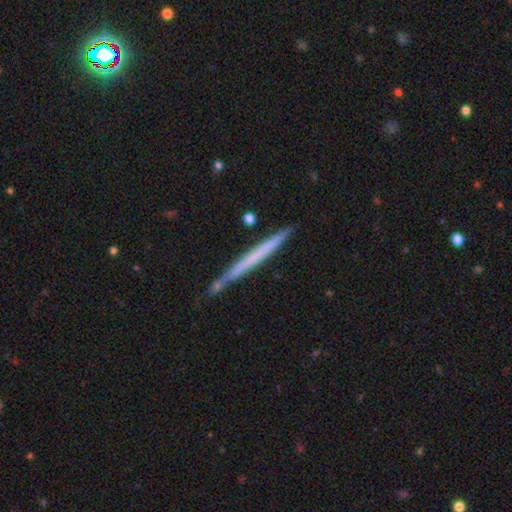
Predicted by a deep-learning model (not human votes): This appears to be a smooth galaxy with no disk features (48%). Merging: none (82%).